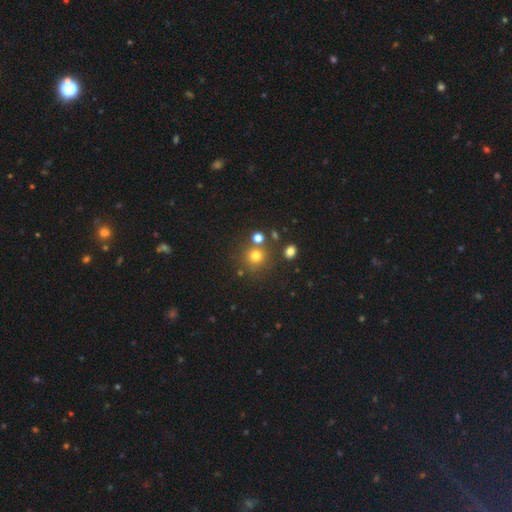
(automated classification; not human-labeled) A smooth galaxy with no disk features (74%) that is round (91%). Merging: none (74%).